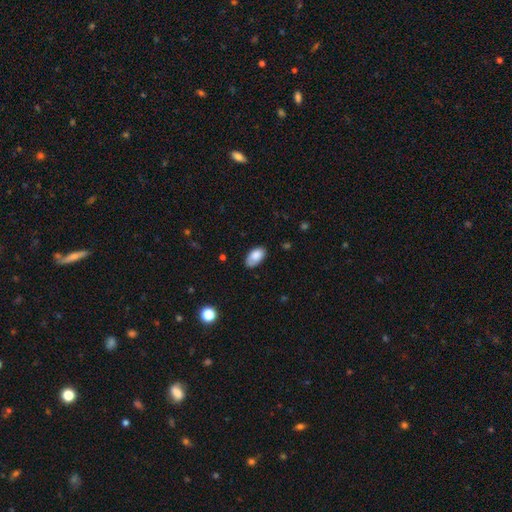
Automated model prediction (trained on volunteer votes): Smooth or featured? smooth (84%)
How rounded? in between (94%)
Merging? none (72%)